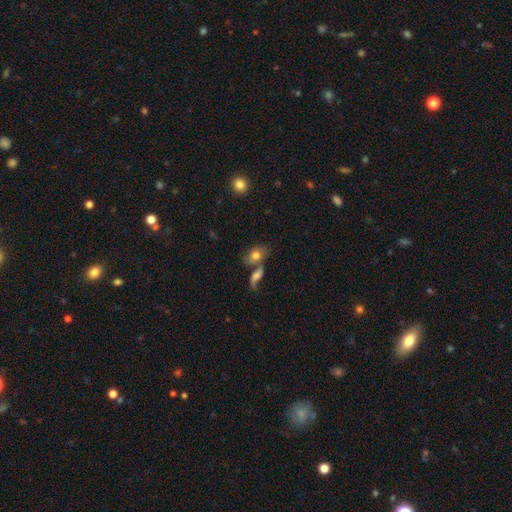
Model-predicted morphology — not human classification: This is likely a smooth galaxy (68%). How rounded: likely in between (72%). Merging: possibly merger (45%).